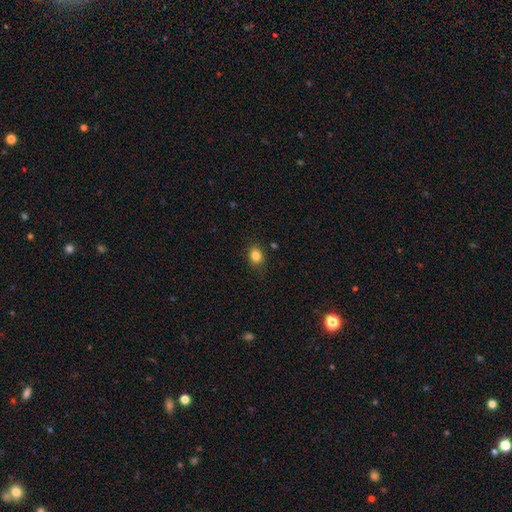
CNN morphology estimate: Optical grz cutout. It shows a smooth galaxy with no disk features (83%) that is in between round and cigar-shaped (53%). Merging: none (82%).